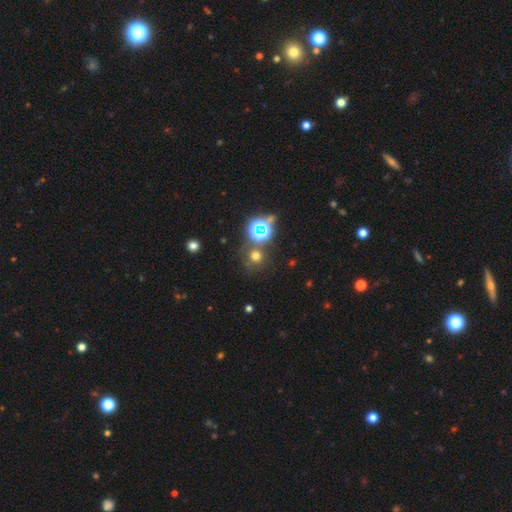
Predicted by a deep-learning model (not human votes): Overall: smooth (56%; star or artifact 34%). How rounded: round (89%). Merging: none (71%).